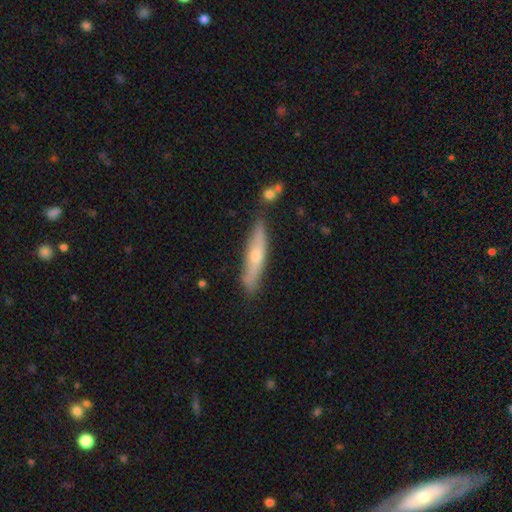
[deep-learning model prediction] This appears to be a smooth galaxy with no disk features (47%, tied with featured or disk). Merging: none (79%).